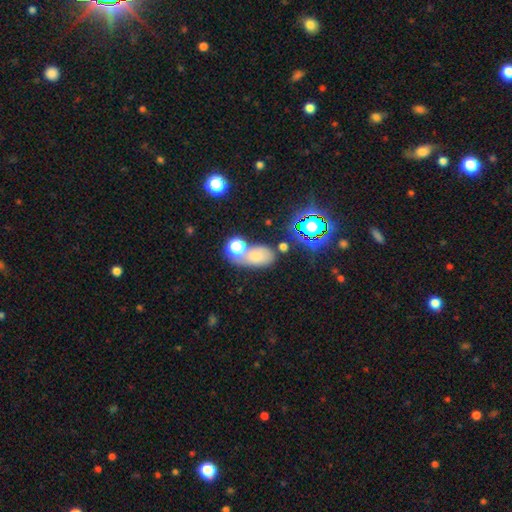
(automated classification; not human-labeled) Morphology: type=smooth (64%); roundness=in between (81%); merging=none (46%).